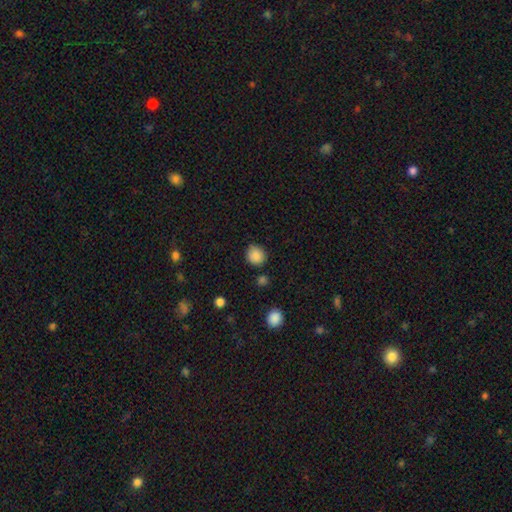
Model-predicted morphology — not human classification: smooth 87%, star or artifact 9%, featured or disk 3%. Down the decision tree: how rounded — round (86%); merging — none (84%).